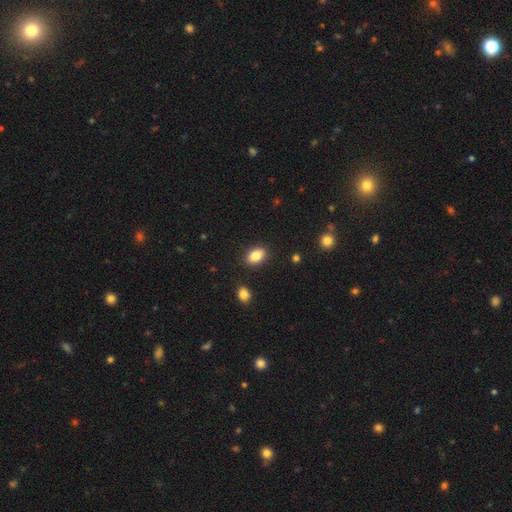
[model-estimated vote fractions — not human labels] This is clearly a smooth galaxy (85%). How rounded: clearly in between (87%). Merging: clearly none (88%).